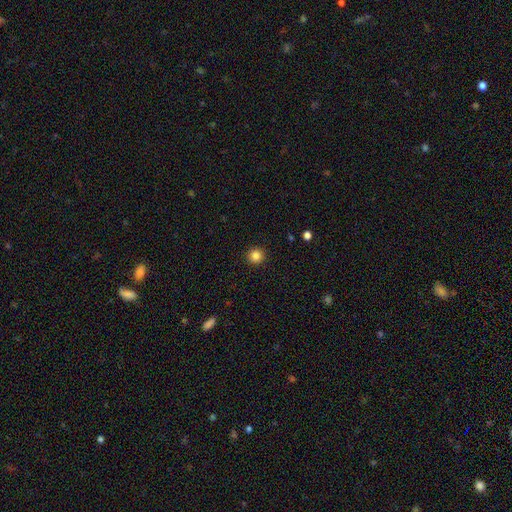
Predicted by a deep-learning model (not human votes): Morphology: type=smooth (85%); roundness=round (95%); merging=none (93%).